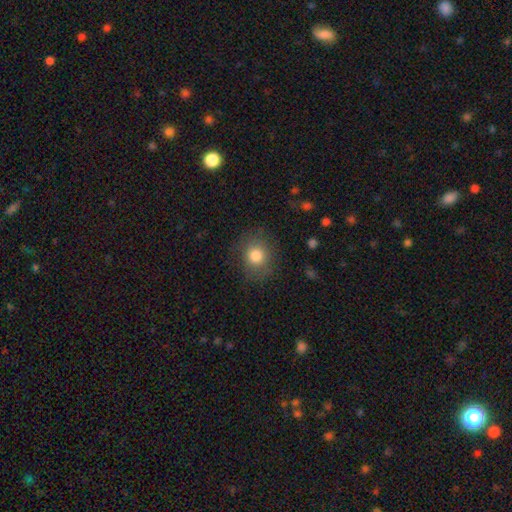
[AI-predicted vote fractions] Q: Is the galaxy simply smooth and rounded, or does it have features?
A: smooth — 81%.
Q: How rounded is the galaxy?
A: round — 79%.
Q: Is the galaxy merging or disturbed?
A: none — 81%.